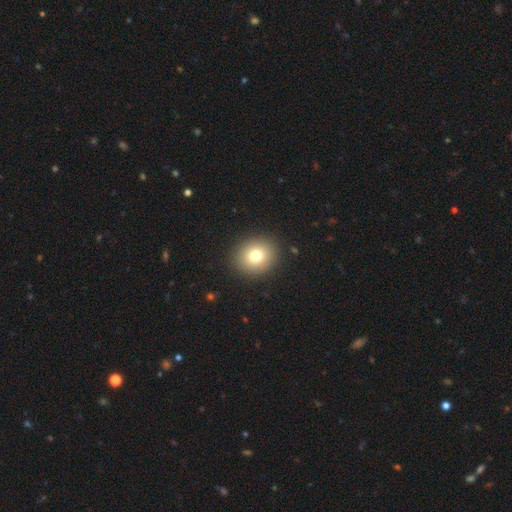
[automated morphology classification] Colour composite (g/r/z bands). It shows a smooth galaxy with no disk features (78%) that is round (70%). Merging: none (90%).